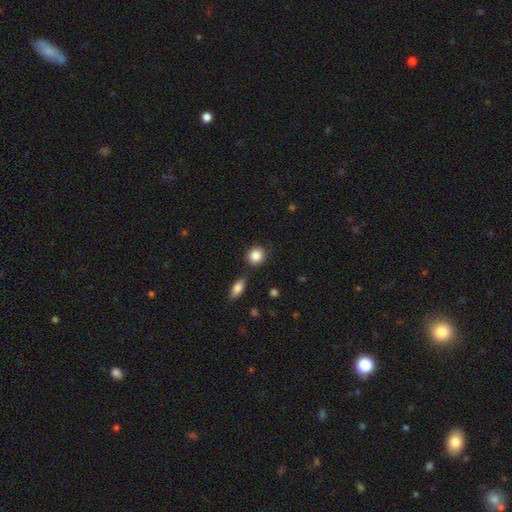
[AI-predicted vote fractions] smooth_or_featured: smooth (p=0.87) [alt: star or artifact p=0.08]
how_rounded: round (p=0.82) [alt: in between p=0.17]
merging: none (p=0.84) [alt: minor disturbance p=0.09]